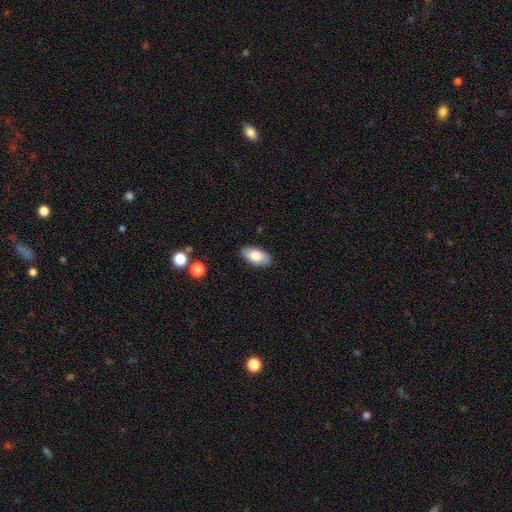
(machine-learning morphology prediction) Overall: smooth (80%). How rounded: in between (94%). Merging: none (87%).